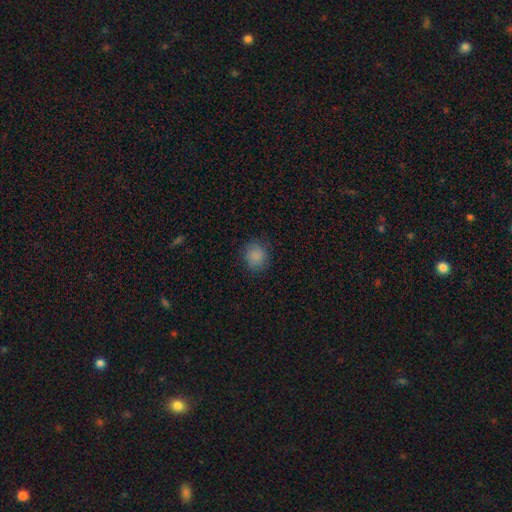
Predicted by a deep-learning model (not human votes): Morphology: type=smooth (86%); roundness=round (81%); merging=none (85%).